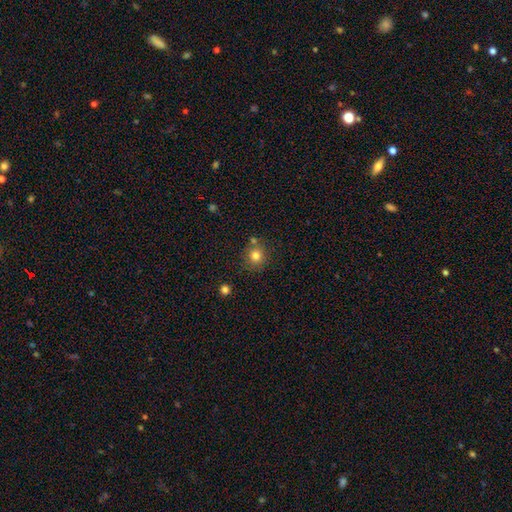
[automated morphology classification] Overall: smooth (79%). How rounded: round (90%). Merging: none (73%).